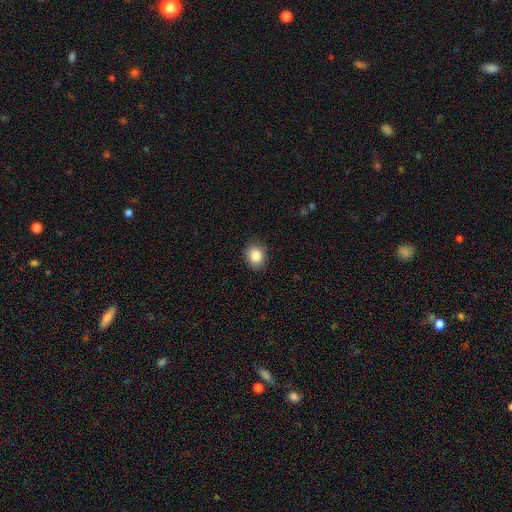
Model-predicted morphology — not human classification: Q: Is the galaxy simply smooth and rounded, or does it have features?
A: smooth — 86%.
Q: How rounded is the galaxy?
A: round — 53%.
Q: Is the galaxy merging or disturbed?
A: none — 85%.